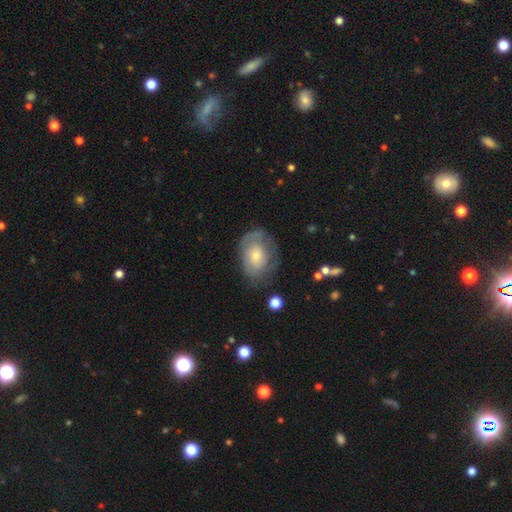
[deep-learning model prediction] Q: Smooth or featured?
A: featured or disk (50%); runner-up: smooth (42%)
Q: Merging?
A: none (65%); runner-up: minor disturbance (22%)